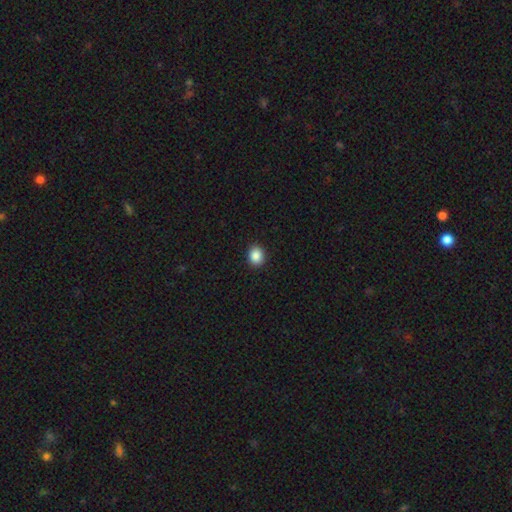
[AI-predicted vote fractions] smooth_or_featured: smooth (p=0.88) [alt: star or artifact p=0.09]
how_rounded: round (p=0.54) [alt: in between p=0.45]
merging: none (p=0.91) [alt: minor disturbance p=0.06]